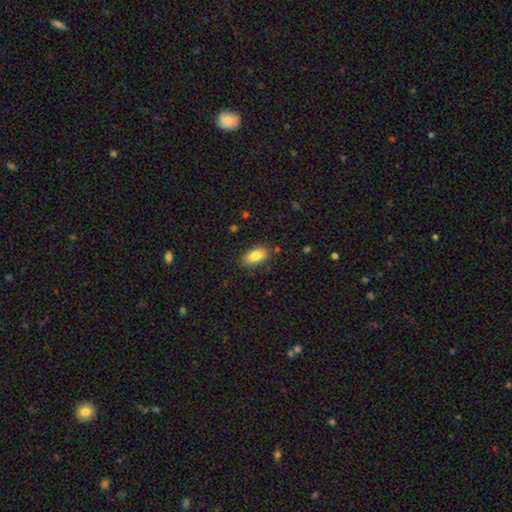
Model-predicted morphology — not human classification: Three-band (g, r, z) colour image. It shows a smooth galaxy with no disk features (83%) that is in between round and cigar-shaped (90%). Merging: none (84%).